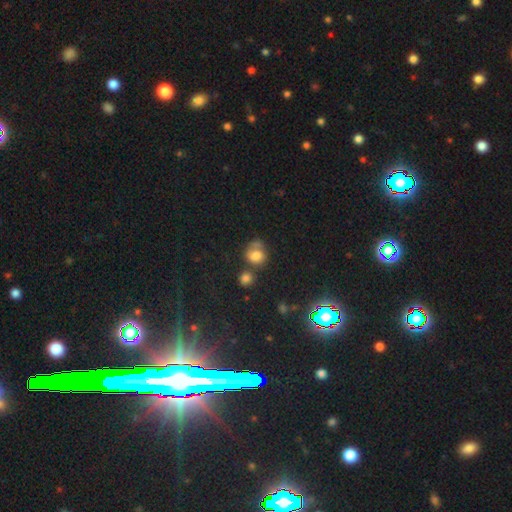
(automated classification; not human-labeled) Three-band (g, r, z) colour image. It shows a smooth galaxy with no disk features (70%) that is round (71%). Merging: none (42%).